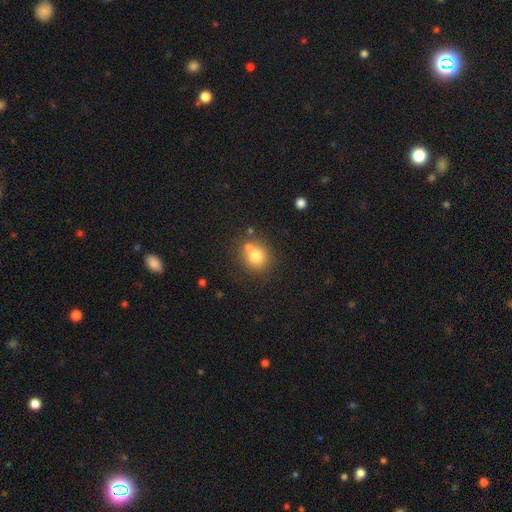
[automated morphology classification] type=smooth (76%); roundness=round (84%); merging=none (60%).